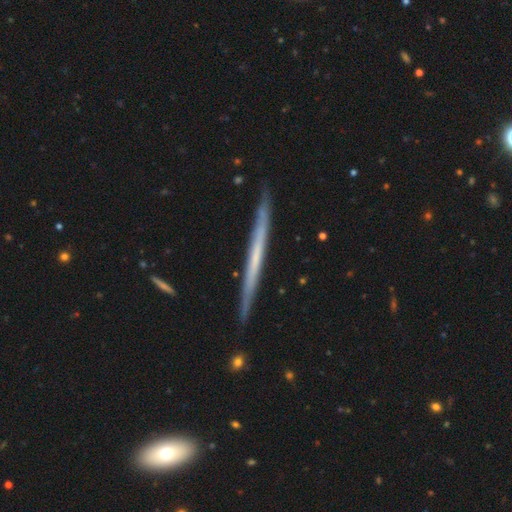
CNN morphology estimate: A featured or disk galaxy (61%) viewed edge-on (97%) with no central bulge (91%). Merging: none (89%).